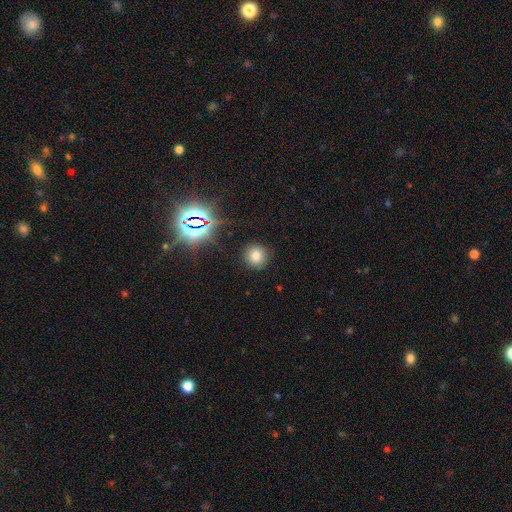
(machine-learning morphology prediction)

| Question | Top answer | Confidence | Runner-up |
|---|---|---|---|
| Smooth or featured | smooth | 74% | star or artifact (18%) |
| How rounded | round | 92% | in between (7%) |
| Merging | none | 89% | minor disturbance (7%) |